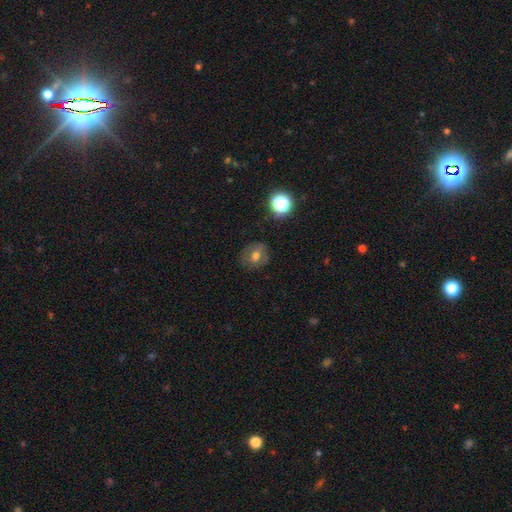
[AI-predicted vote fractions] Smooth or featured? smooth (58%)
How rounded? round (71%)
Merging? none (78%)